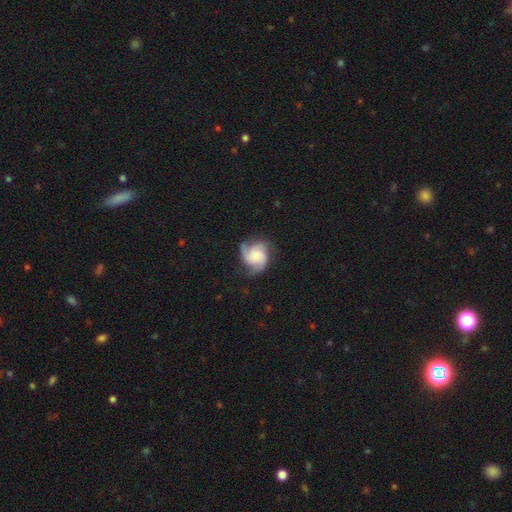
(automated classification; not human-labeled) Overall: featured or disk (74%). Edge-on disk: no (98%). Bar: no (75%). Spiral arms: yes (96%). Spiral arm count: 3 (65%). Spiral winding: medium (47%; tight 32%). Bulge size: small (33%; moderate 30%). Merging: none (64%).